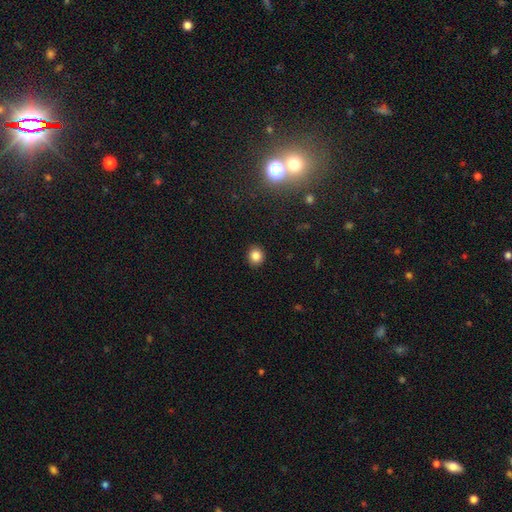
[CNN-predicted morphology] smooth 84%, star or artifact 12%, featured or disk 5%. Down the decision tree: how rounded — round (84%); merging — none (91%).